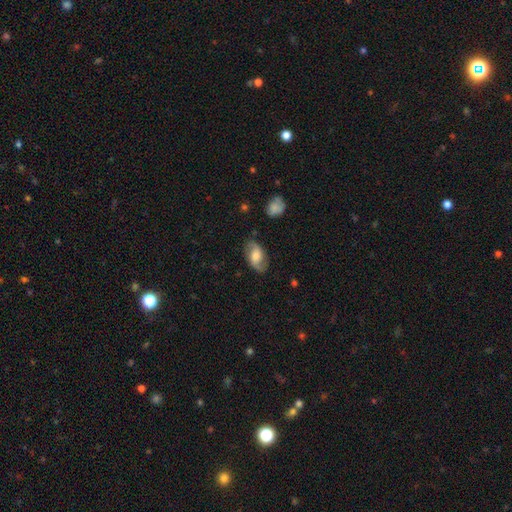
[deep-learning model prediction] Smooth or featured: featured or disk — 58% (smooth — 35%)
Edge-on disk: no — 95% (yes — 5%)
Bar: no — 47% (weak — 40%)
Spiral arms: yes — 88% (no — 12%)
Bulge size: moderate — 55% (small — 21%)
Merging: none — 78% (minor disturbance — 16%)